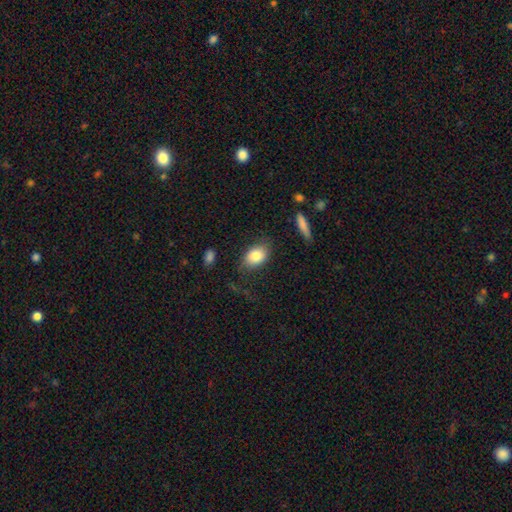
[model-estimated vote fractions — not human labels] A smooth galaxy with no disk features (81%) that is in between round and cigar-shaped (83%).

Vote fractions:
- Smooth or featured? smooth: 81% / featured or disk: 11% / star or artifact: 7%
- How rounded? in between: 83% / round: 15% / cigar-shaped: 2%
- Merging? none: 73% / minor disturbance: 18% / major disturbance: 7% / merger: 2%